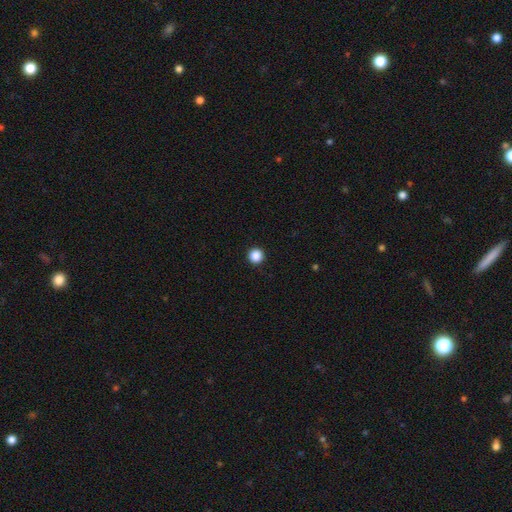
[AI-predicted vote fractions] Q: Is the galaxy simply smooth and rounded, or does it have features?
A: smooth — 87%.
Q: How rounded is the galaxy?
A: round — 97%.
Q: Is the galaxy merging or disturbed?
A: none — 94%.